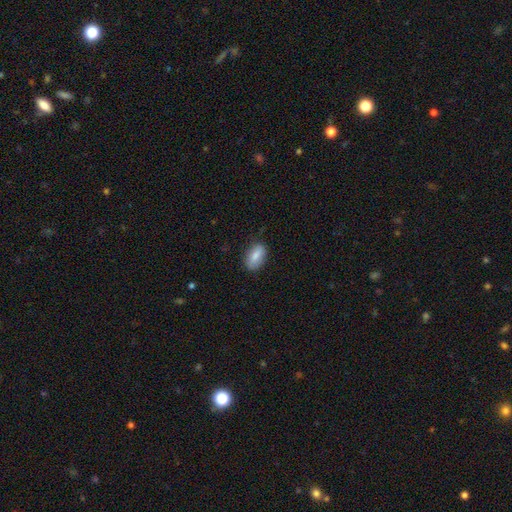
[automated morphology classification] This is likely a smooth galaxy (77%). How rounded: clearly in between (89%). Merging: likely none (79%).